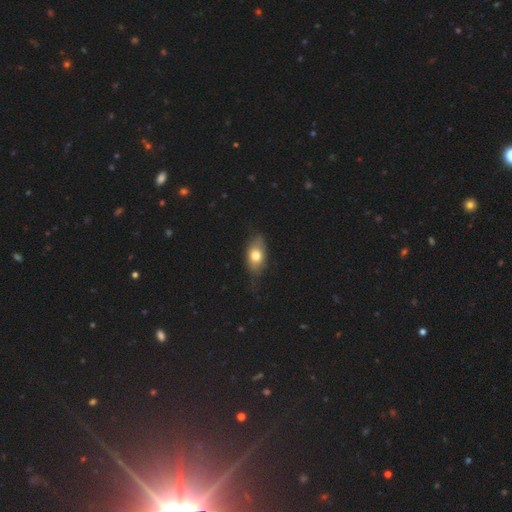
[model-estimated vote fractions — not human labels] Smooth or featured?
  - smooth: 73% *
  - featured or disk: 20%
  - star or artifact: 8%
How rounded?
  - in between: 84% *
  - round: 10%
  - cigar-shaped: 5%
Merging?
  - none: 67% *
  - minor disturbance: 25%
  - major disturbance: 6%
  - merger: 1%